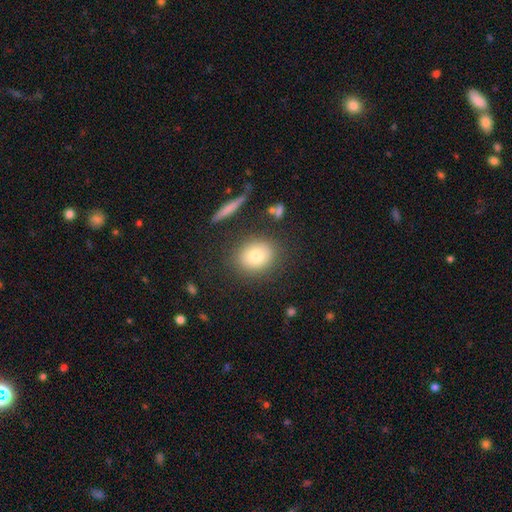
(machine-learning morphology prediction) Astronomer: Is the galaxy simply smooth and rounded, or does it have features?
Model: smooth — 77%.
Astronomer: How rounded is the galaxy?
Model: round — 63%.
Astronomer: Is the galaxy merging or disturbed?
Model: none — 83%.